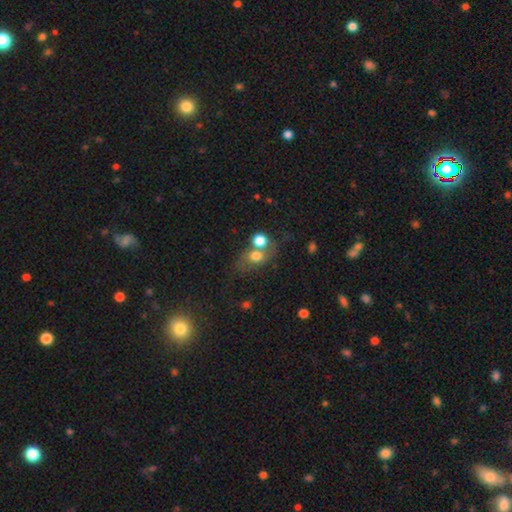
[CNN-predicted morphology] smooth_or_featured: smooth (p=0.68) [alt: featured or disk p=0.19]
how_rounded: round (p=0.49) [tied with: in between p=0.49]
merging: merger (p=0.41) [alt: none p=0.38]